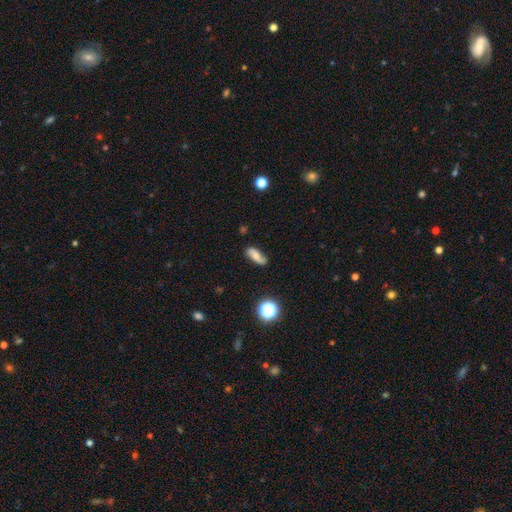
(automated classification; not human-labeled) The model was most divided on "smooth or featured": featured or disk: 46%, smooth: 43%, star or artifact: 11%. More confident: merging — none (75%).